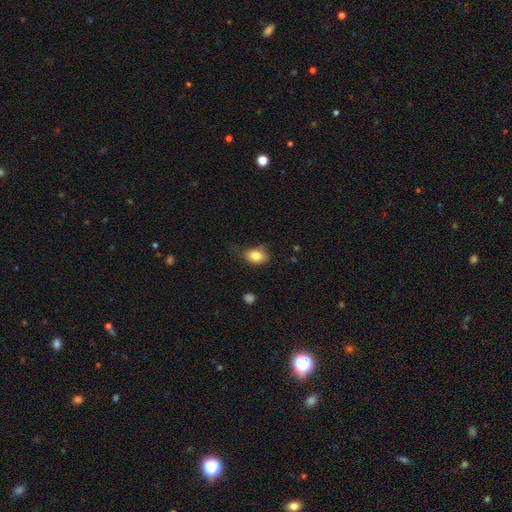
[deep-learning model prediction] Smooth or featured? smooth (83%)
How rounded? in between (70%)
Merging? none (55%)